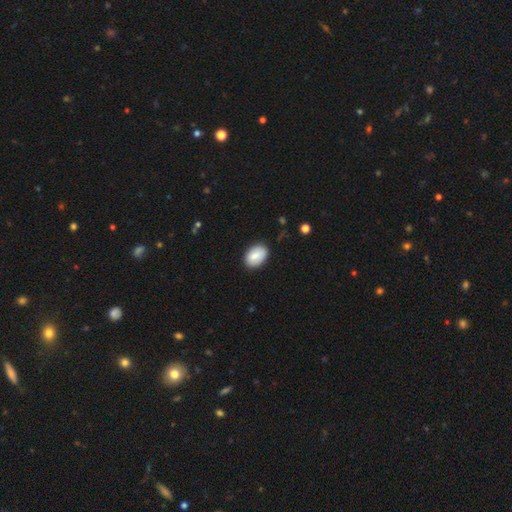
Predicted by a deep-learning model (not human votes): Smooth or featured?
  - smooth: 85% *
  - featured or disk: 9%
  - star or artifact: 6%
How rounded?
  - in between: 86% *
  - round: 13%
  - cigar-shaped: 1%
Merging?
  - none: 87% *
  - minor disturbance: 10%
  - major disturbance: 2%
  - merger: 1%